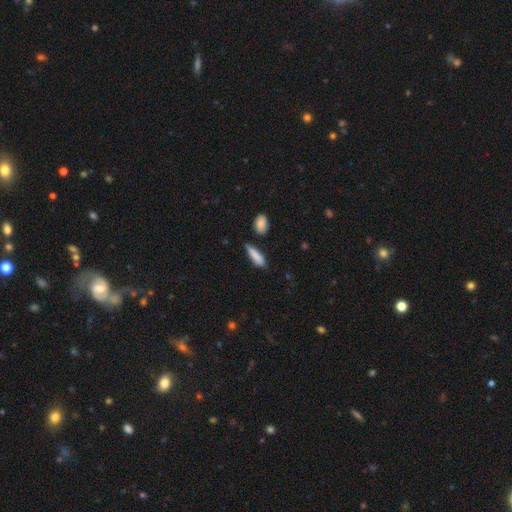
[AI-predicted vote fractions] smooth-or-featured: smooth: 85% | featured or disk: 9% | star or artifact: 6%
  how-rounded: cigar-shaped: 70% | in between: 28% | round: 2%
  merging: none: 76% | minor disturbance: 16% | merger: 4% | major disturbance: 3%